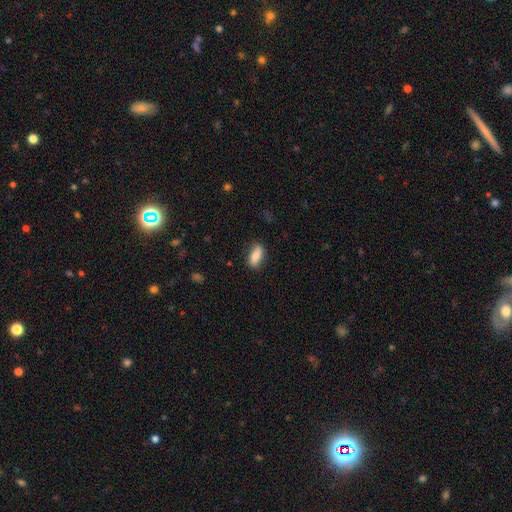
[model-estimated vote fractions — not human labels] Morphology: type=smooth (79%); roundness=in between (80%); merging=none (79%).